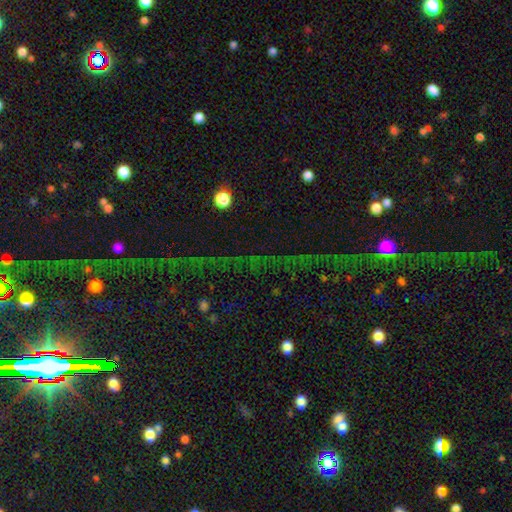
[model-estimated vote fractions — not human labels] Smooth or featured? star or artifact (70%)